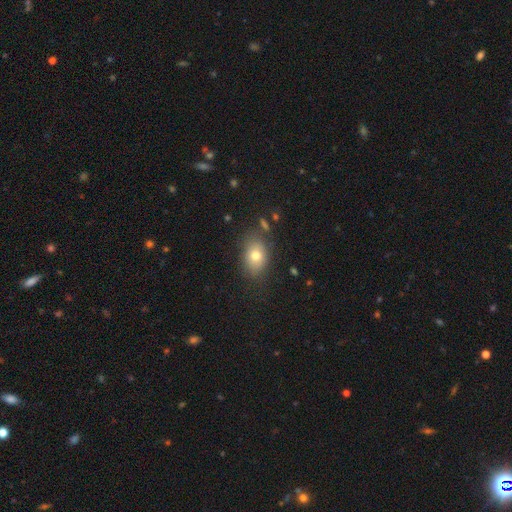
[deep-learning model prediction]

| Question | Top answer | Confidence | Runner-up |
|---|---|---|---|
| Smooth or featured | smooth | 76% | featured or disk (14%) |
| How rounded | in between | 75% | round (23%) |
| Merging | none | 76% | minor disturbance (16%) |